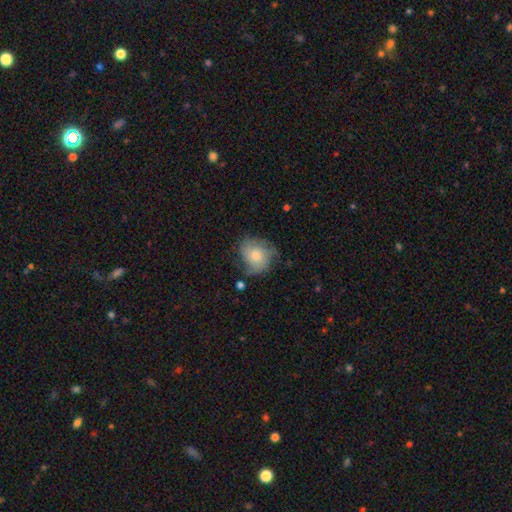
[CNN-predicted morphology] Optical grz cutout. It shows a smooth galaxy with no disk features (57%) that is round (68%). Merging: none (54%).